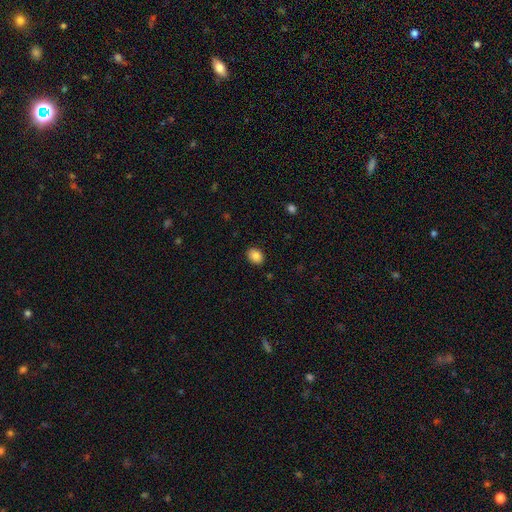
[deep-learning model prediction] Smooth or featured? smooth (86%)
How rounded? in between (62%)
Merging? none (88%)